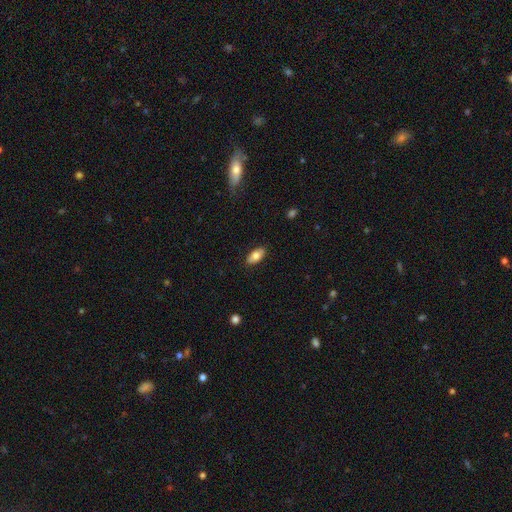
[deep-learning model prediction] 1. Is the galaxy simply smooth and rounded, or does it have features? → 78% smooth, 16% featured or disk, 7% star or artifact.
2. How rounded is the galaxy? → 91% in between, 6% cigar-shaped, 3% round.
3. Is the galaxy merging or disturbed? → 87% none, 10% minor disturbance, 2% major disturbance, 1% merger.